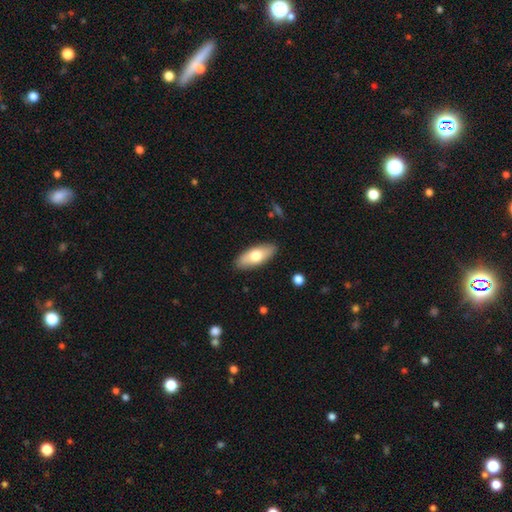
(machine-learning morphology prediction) Q: Smooth or featured?
A: smooth (67%); runner-up: featured or disk (27%)
Q: How rounded?
A: in between (79%); runner-up: cigar-shaped (19%)
Q: Merging?
A: none (89%); runner-up: minor disturbance (9%)